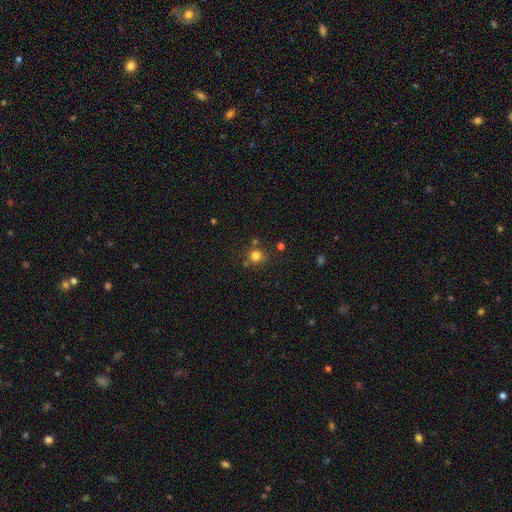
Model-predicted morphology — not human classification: Smooth or featured? Predicted: smooth (p=0.79). How rounded? Predicted: round (p=0.90). Merging? Predicted: none (p=0.78).